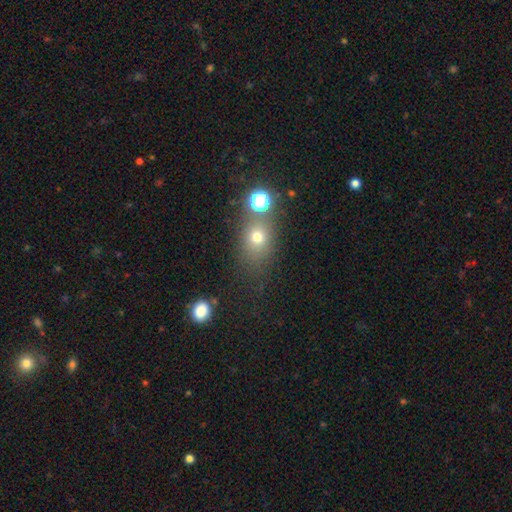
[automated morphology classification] This is possibly a smooth galaxy (59%). How rounded: possibly round (53%). Merging: likely none (61%).